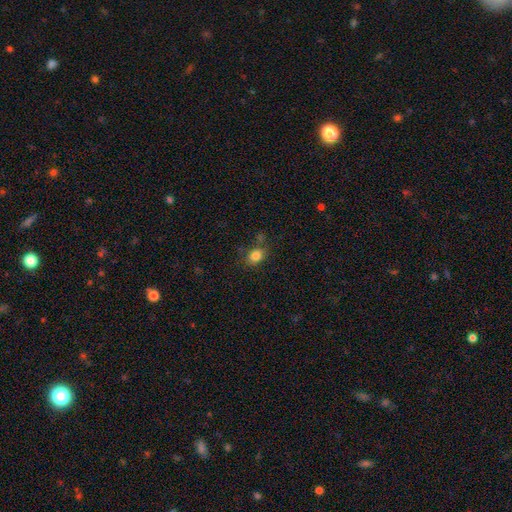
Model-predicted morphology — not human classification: Q: Smooth or featured?
A: smooth (83%); runner-up: star or artifact (11%)
Q: How rounded?
A: in between (52%); runner-up: round (47%)
Q: Merging?
A: none (69%); runner-up: minor disturbance (17%)